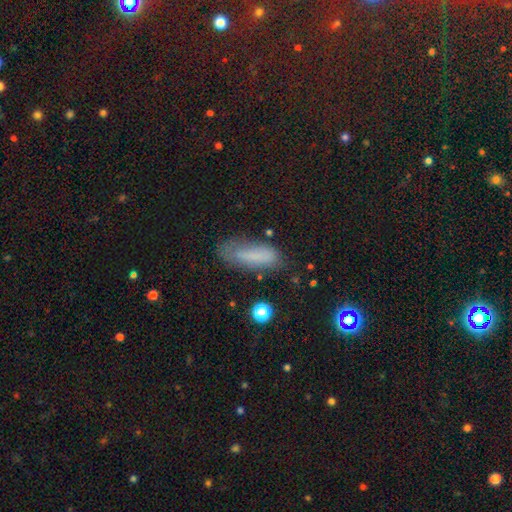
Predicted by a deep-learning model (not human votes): The model was most divided on "how rounded": cigar-shaped: 50%, in between: 47%, round: 3%. More confident: smooth or featured — smooth (71%); merging — none (62%).